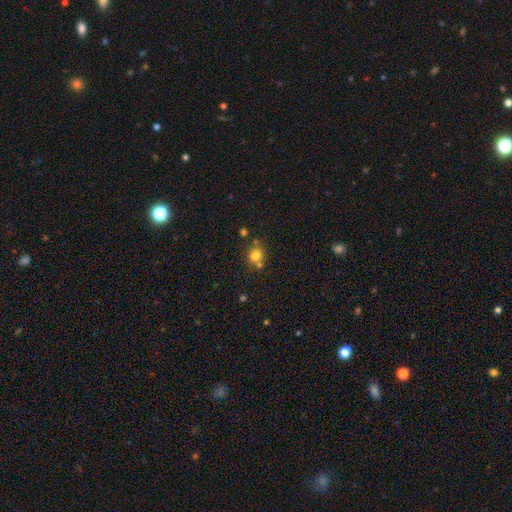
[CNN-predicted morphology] The model was most divided on "merging": none: 64%, merger: 20%, minor disturbance: 12%, major disturbance: 4%. More confident: how rounded — round (82%); smooth or featured — smooth (77%).